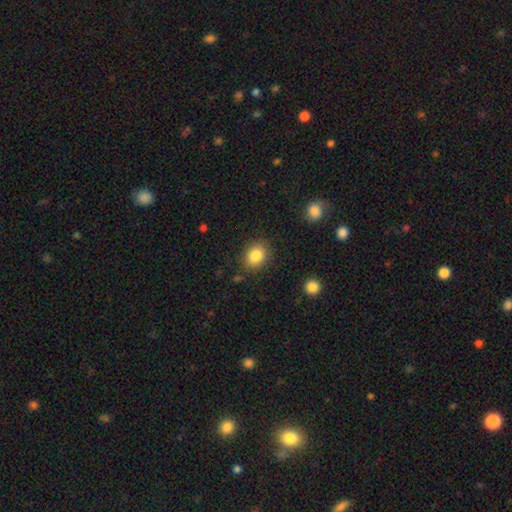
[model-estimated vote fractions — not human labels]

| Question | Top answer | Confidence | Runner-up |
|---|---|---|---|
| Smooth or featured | smooth | 85% | star or artifact (9%) |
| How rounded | in between | 54% | round (45%) |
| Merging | none | 84% | minor disturbance (11%) |